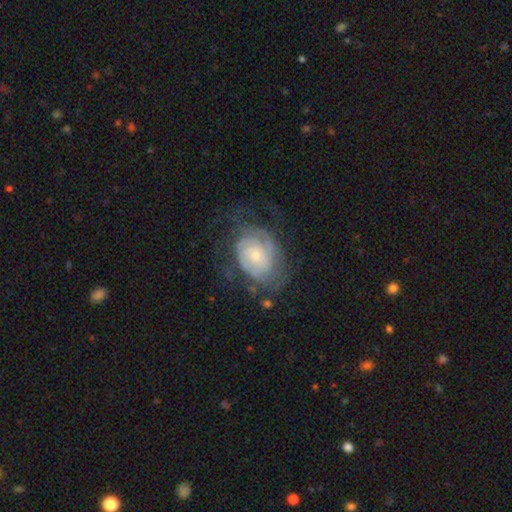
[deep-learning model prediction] Smooth or featured?
  - featured or disk: 77% *
  - smooth: 16%
  - star or artifact: 6%
Edge-on disk?
  - no: 97% *
  - yes: 3%
Bar?
  - no: 73% *
  - weak: 24%
  - strong: 4%
Spiral arms?
  - yes: 91% *
  - no: 9%
Spiral winding?
  - tight: 65% *
  - medium: 26%
  - loose: 9%
Spiral arm count?
  - can't tell: 45% *
  - 2: 27%
  - 3: 13%
  - 4: 6%
  - 1: 5%
  - more than 4: 4%
Bulge size?
  - small: 59% *
  - moderate: 34%
  - large: 3%
  - none: 3%
  - dominant: 1%
Merging?
  - none: 55% *
  - minor disturbance: 23%
  - major disturbance: 20%
  - merger: 2%